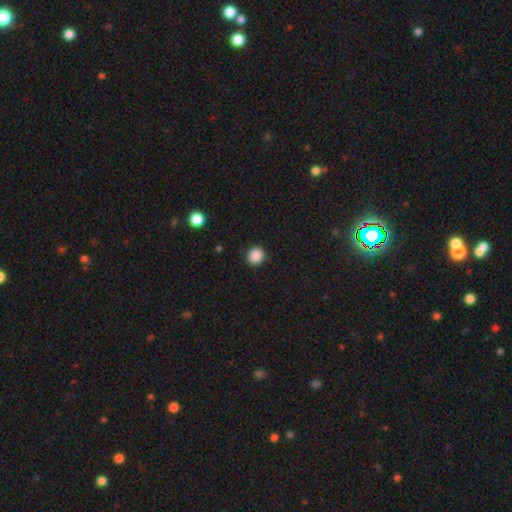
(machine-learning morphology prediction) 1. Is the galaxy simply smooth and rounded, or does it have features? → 88% smooth, 10% star or artifact, 3% featured or disk.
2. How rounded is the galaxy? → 92% round, 7% in between, 1% cigar-shaped.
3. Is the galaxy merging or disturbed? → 91% none, 6% minor disturbance, 2% major disturbance, 1% merger.